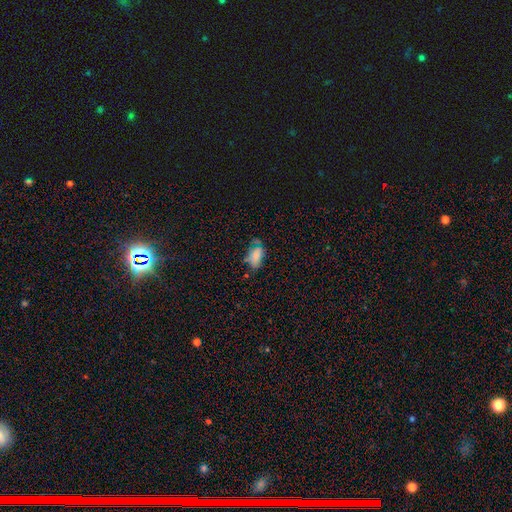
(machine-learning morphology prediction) The model was most divided on "merging": none: 49%, minor disturbance: 29%, merger: 13%, major disturbance: 10%. More confident: how rounded — in between (90%); smooth or featured — smooth (78%).